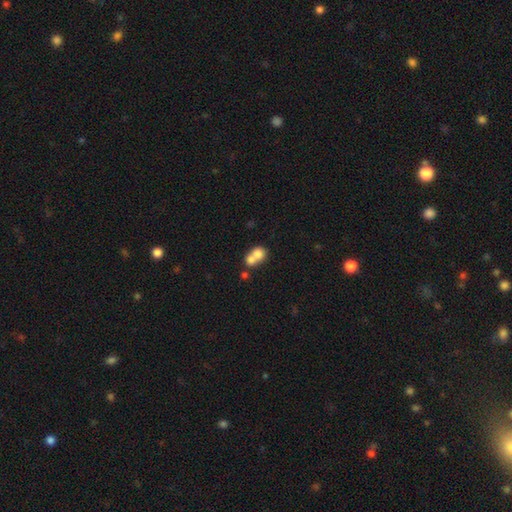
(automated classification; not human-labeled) smooth-or-featured: smooth: 73% | featured or disk: 17% | star or artifact: 10%
  how-rounded: round: 64% | in between: 35% | cigar-shaped: 1%
  merging: merger: 70% | none: 21% | minor disturbance: 5% | major disturbance: 3%